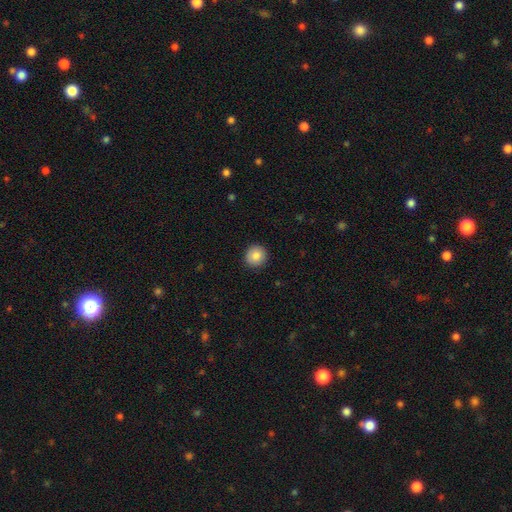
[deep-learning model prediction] Overall: smooth (84%). How rounded: round (94%). Merging: none (92%).